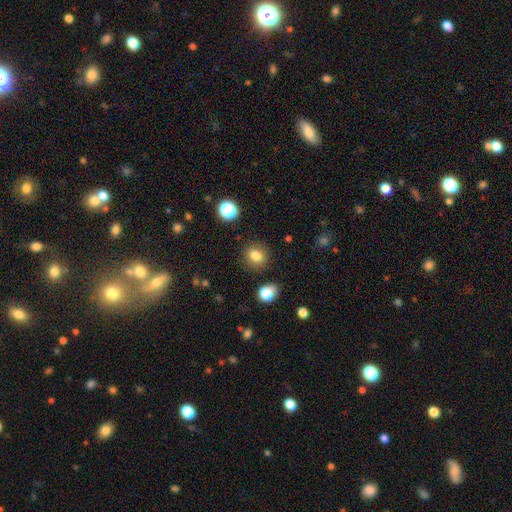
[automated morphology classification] smooth-or-featured: smooth: 82% | star or artifact: 12% | featured or disk: 6%
  how-rounded: round: 73% | in between: 26% | cigar-shaped: 1%
  merging: none: 86% | minor disturbance: 9% | major disturbance: 3% | merger: 3%